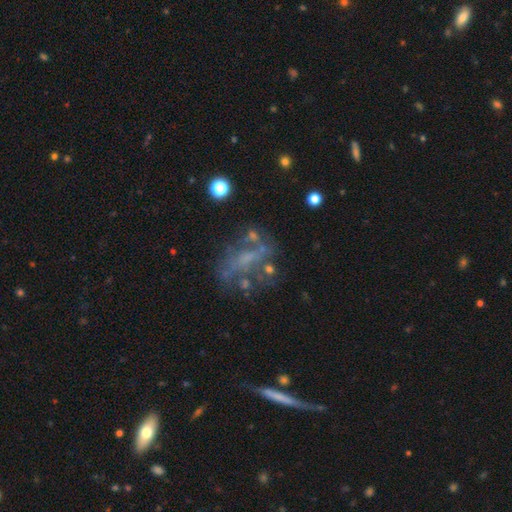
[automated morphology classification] Q: Smooth or featured?
A: featured or disk (58%); runner-up: smooth (22%)
Q: Edge-on disk?
A: no (90%); runner-up: yes (10%)
Q: Bar?
A: no (65%); runner-up: weak (23%)
Q: Spiral arms?
A: no (72%); runner-up: yes (28%)
Q: Bulge size?
A: none (56%); runner-up: small (28%)
Q: Merging?
A: none (47%); runner-up: major disturbance (24%)